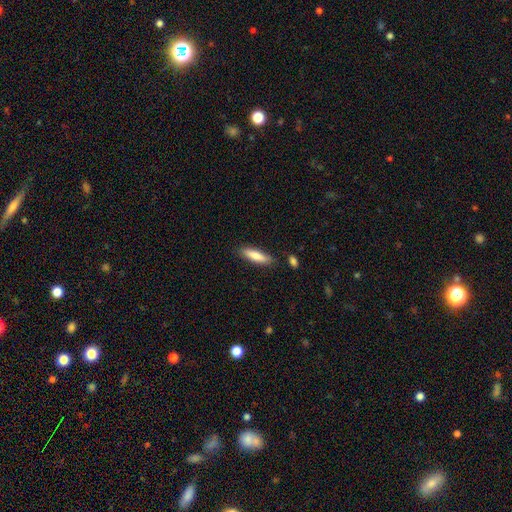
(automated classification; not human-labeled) Smooth or featured? Predicted: smooth (p=0.82). How rounded? Predicted: cigar-shaped (p=0.65). Merging? Predicted: none (p=0.84).